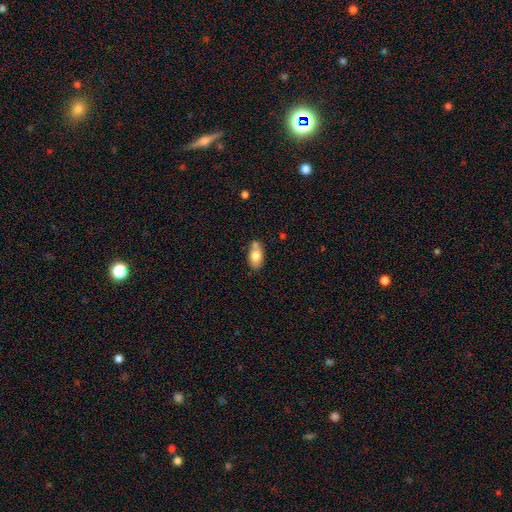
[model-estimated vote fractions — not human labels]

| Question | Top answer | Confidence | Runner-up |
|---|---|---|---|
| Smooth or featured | smooth | 76% | featured or disk (17%) |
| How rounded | in between | 89% | round (7%) |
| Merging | none | 57% | merger (20%) |